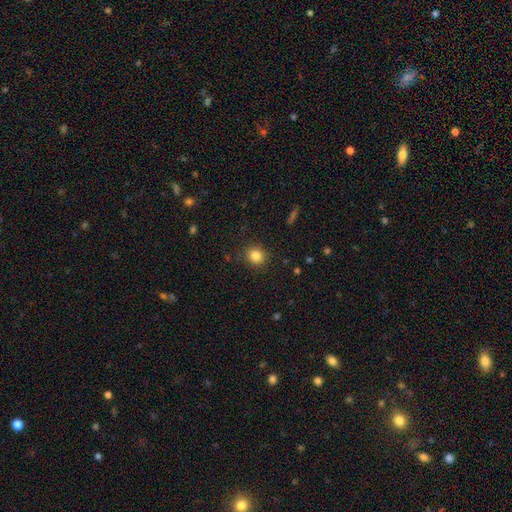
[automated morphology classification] Smooth or featured: smooth — 84% (star or artifact — 11%)
How rounded: round — 82% (in between — 17%)
Merging: none — 88% (minor disturbance — 8%)